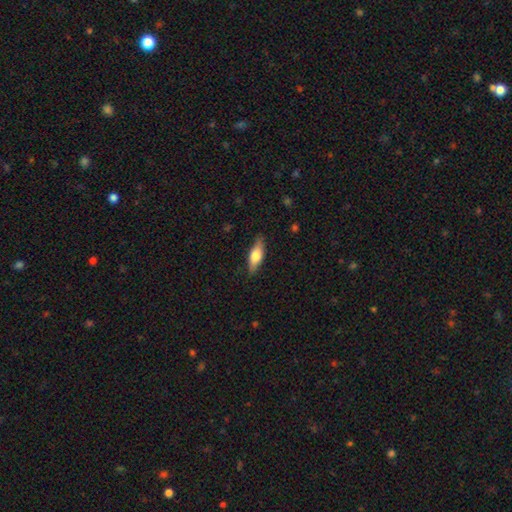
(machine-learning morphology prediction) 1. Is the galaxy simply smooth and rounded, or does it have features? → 60% smooth, 34% featured or disk, 6% star or artifact.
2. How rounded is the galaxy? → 60% in between, 37% cigar-shaped, 3% round.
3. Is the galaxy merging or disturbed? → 85% none, 12% minor disturbance, 2% major disturbance, 1% merger.